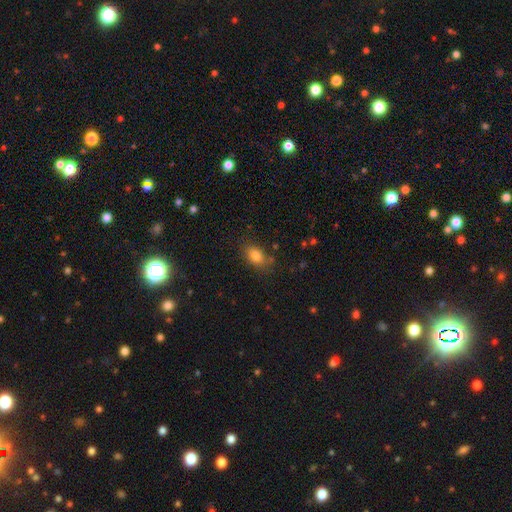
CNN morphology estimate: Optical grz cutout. It shows a smooth galaxy with no disk features (83%) that is in between round and cigar-shaped (82%). Merging: none (76%).